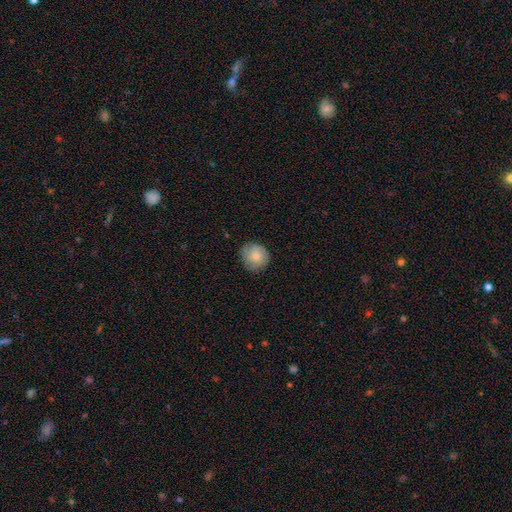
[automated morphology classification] smooth-or-featured: smooth: 68% | featured or disk: 25% | star or artifact: 7%
  how-rounded: round: 86% | in between: 13% | cigar-shaped: 1%
  merging: none: 75% | minor disturbance: 20% | major disturbance: 4% | merger: 1%